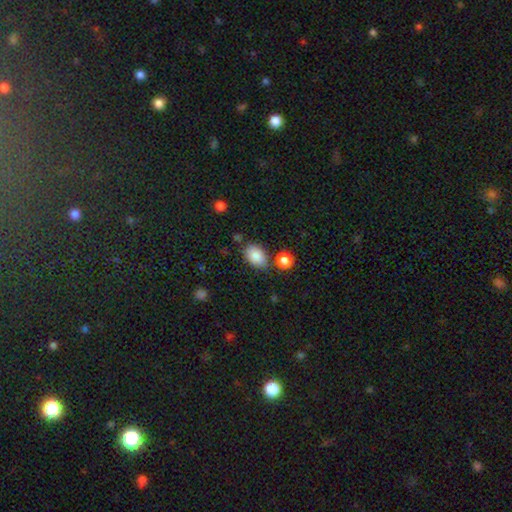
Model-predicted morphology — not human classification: smooth-or-featured: smooth: 86% | star or artifact: 8% | featured or disk: 6%
  how-rounded: in between: 85% | round: 14% | cigar-shaped: 1%
  merging: none: 75% | minor disturbance: 14% | merger: 7% | major disturbance: 4%